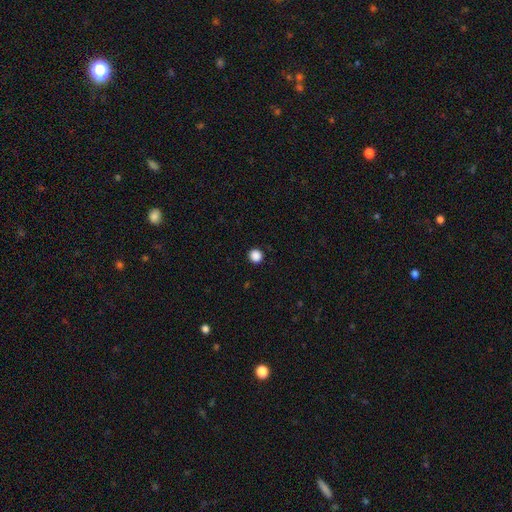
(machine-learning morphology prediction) A smooth galaxy with no disk features (88%) that is round (95%). Merging: none (93%).